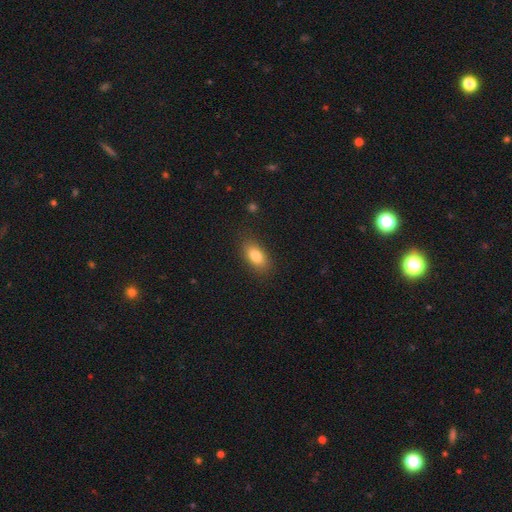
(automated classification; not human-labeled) Q: Smooth or featured?
A: smooth (82%); runner-up: featured or disk (10%)
Q: How rounded?
A: in between (88%); runner-up: cigar-shaped (6%)
Q: Merging?
A: none (85%); runner-up: minor disturbance (11%)